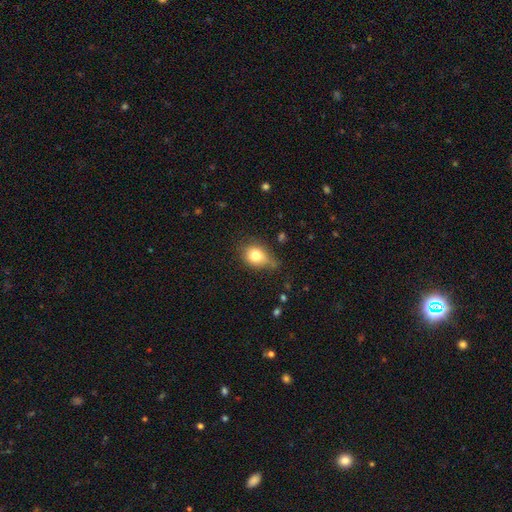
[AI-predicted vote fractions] Q: Smooth or featured?
A: smooth (79%); runner-up: featured or disk (11%)
Q: How rounded?
A: in between (53%); runner-up: round (45%)
Q: Merging?
A: none (53%); runner-up: minor disturbance (34%)